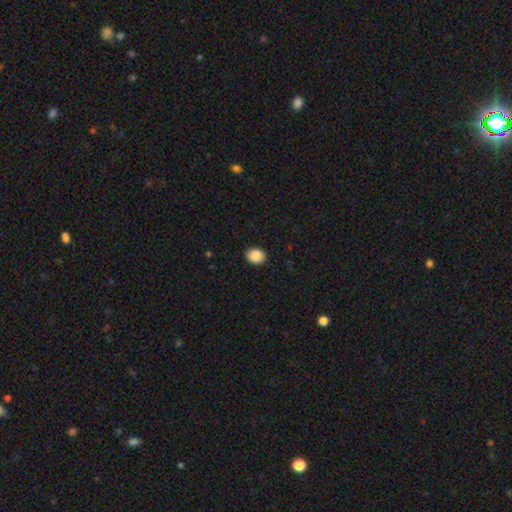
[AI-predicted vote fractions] Smooth or featured? smooth (88%)
How rounded? in between (50%)
Merging? none (91%)